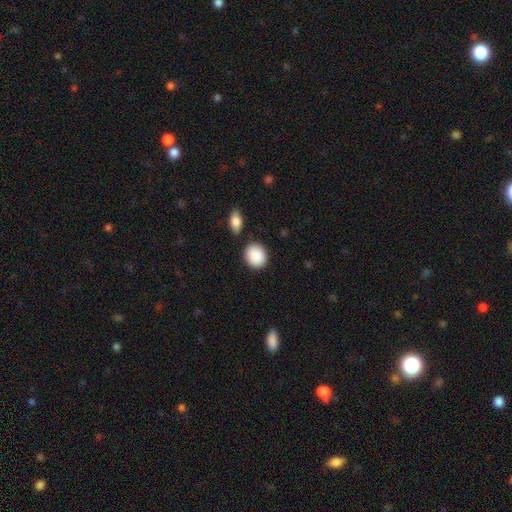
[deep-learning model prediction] The model was most divided on "how rounded": round: 68%, in between: 31%, cigar-shaped: 1%. More confident: smooth or featured — smooth (90%); merging — none (81%).